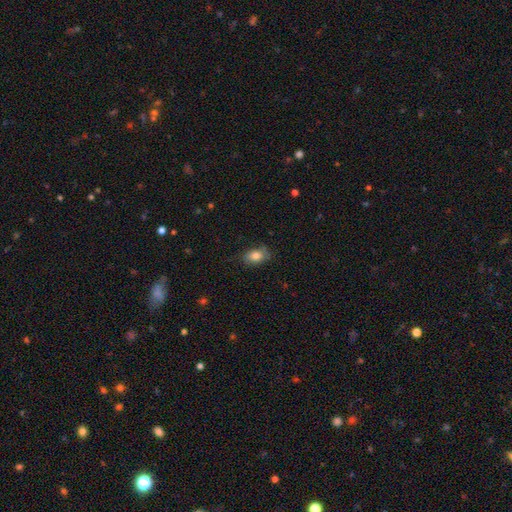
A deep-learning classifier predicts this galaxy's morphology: A smooth galaxy with no disk features (80%) that is in between round and cigar-shaped (85%). Merging: none (71%).